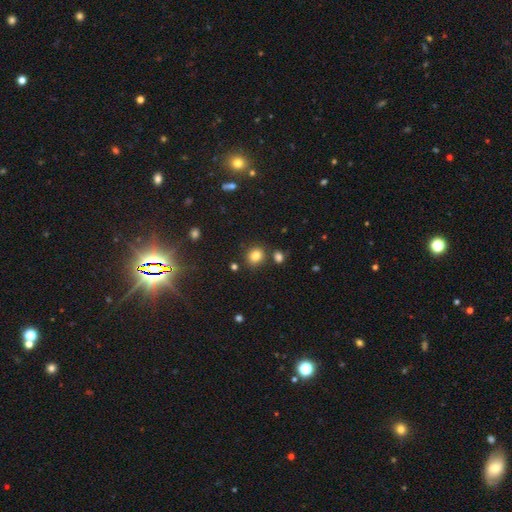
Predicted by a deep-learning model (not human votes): Smooth or featured? smooth (82%)
How rounded? round (67%)
Merging? none (79%)